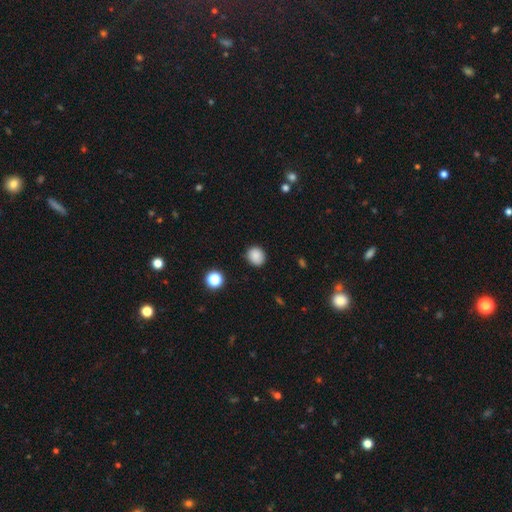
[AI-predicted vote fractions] Smooth or featured: smooth — 86% (star or artifact — 10%)
How rounded: round — 73% (in between — 26%)
Merging: none — 85% (minor disturbance — 11%)